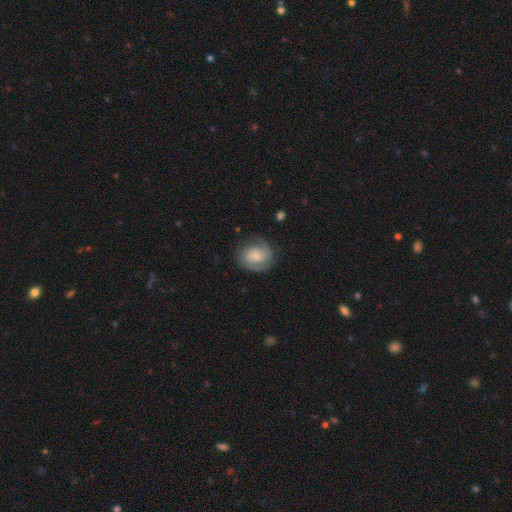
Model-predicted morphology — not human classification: smooth-or-featured: smooth: 50% | featured or disk: 42% | star or artifact: 8%
  how-rounded: round: 63% | in between: 36% | cigar-shaped: 1%
  merging: none: 69% | minor disturbance: 20% | major disturbance: 9% | merger: 1%